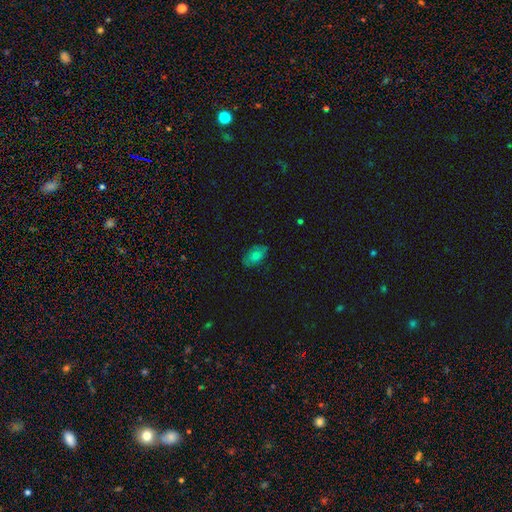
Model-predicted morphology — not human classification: Smooth or featured: smooth — 72% (featured or disk — 18%)
How rounded: in between — 91% (round — 6%)
Merging: none — 76% (minor disturbance — 19%)